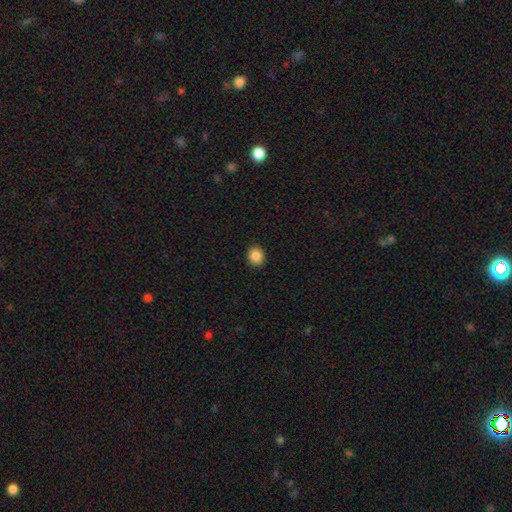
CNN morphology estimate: Overall: smooth (86%). How rounded: round (79%). Merging: none (92%).